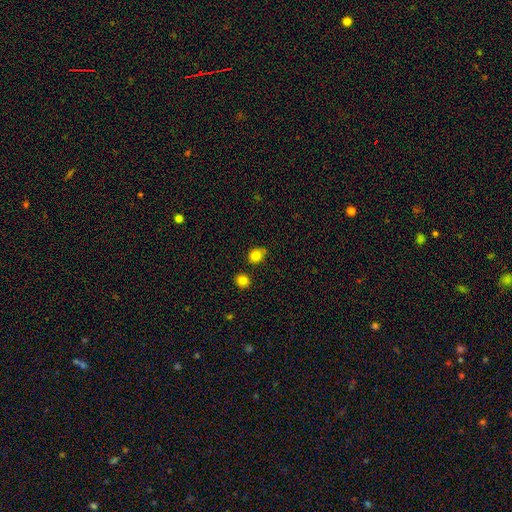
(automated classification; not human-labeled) A smooth galaxy with no disk features (83%) that is round (69%).

Vote fractions:
- Smooth or featured? smooth: 83% / star or artifact: 11% / featured or disk: 6%
- How rounded? round: 69% / in between: 30% / cigar-shaped: 1%
- Merging? none: 73% / minor disturbance: 18% / merger: 6% / major disturbance: 3%